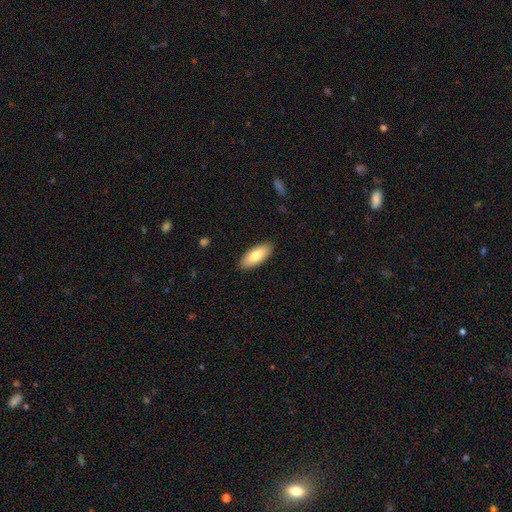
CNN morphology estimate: Smooth or featured? smooth (77%)
How rounded? in between (83%)
Merging? none (89%)